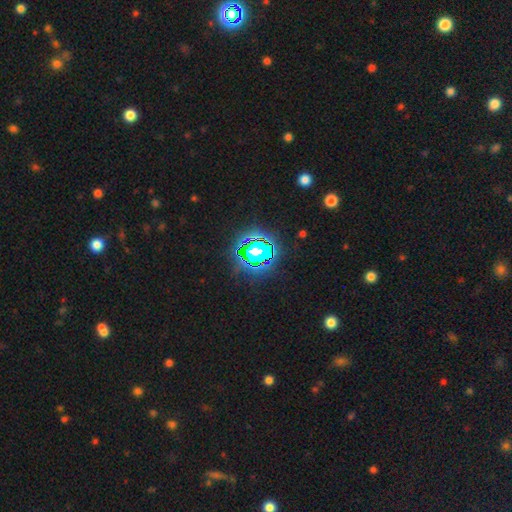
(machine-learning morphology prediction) smooth-or-featured: star or artifact: 80% | smooth: 13% | featured or disk: 7%